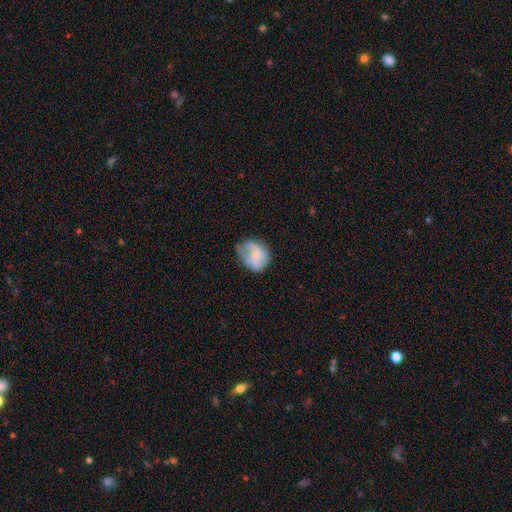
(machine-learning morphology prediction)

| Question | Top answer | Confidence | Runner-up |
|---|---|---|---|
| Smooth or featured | smooth | 64% | featured or disk (28%) |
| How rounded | round | 59% | in between (40%) |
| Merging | none | 48% | minor disturbance (32%) |